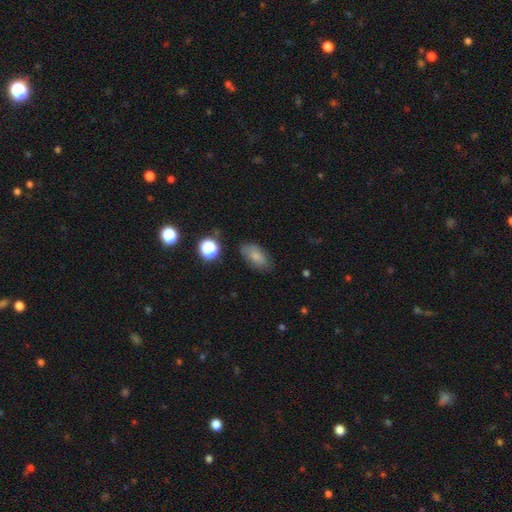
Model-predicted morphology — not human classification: This appears to be a smooth galaxy with no disk features (77%) that is in between round and cigar-shaped (90%). Merging: none (73%).